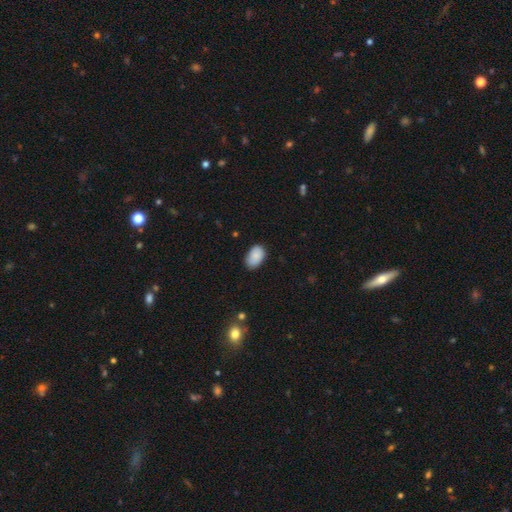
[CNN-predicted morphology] Overall: smooth (87%). How rounded: in between (90%). Merging: none (77%).